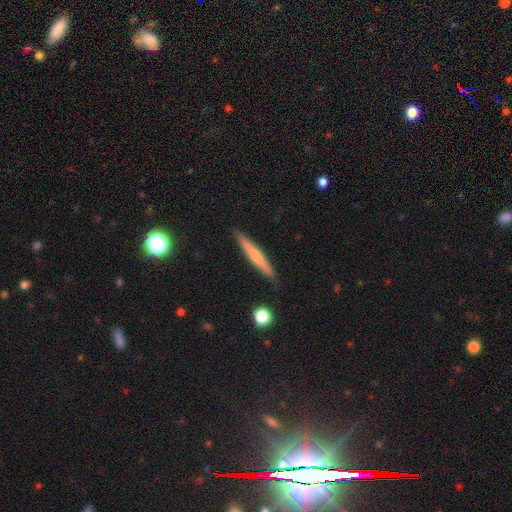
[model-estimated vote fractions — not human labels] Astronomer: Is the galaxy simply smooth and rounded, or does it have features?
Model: smooth — 54% (runner-up: featured or disk, 40%).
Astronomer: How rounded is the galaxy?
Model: cigar-shaped — 95%.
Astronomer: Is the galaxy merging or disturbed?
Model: none — 90%.